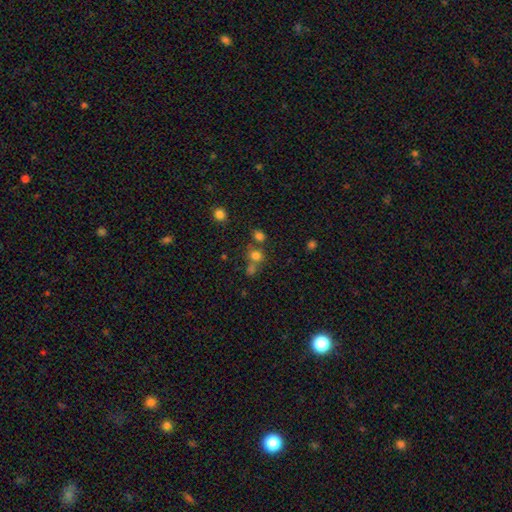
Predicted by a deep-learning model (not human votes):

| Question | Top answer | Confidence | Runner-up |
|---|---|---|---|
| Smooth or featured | smooth | 71% | star or artifact (19%) |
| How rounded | round | 81% | in between (18%) |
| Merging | none | 53% | merger (34%) |